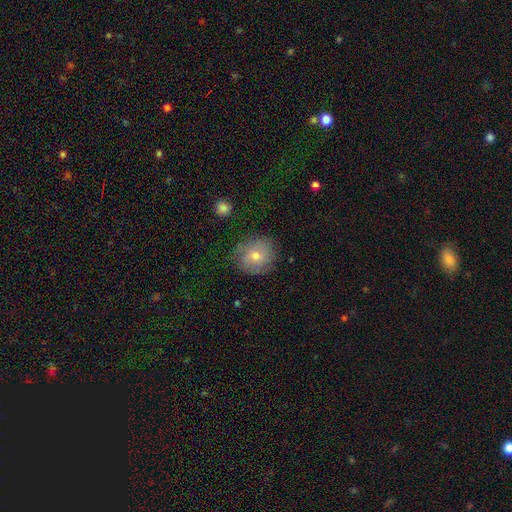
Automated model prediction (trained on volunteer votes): smooth_or_featured: smooth (p=0.58) [alt: featured or disk p=0.31]
how_rounded: round (p=0.81) [alt: in between p=0.18]
merging: none (p=0.78) [alt: minor disturbance p=0.17]